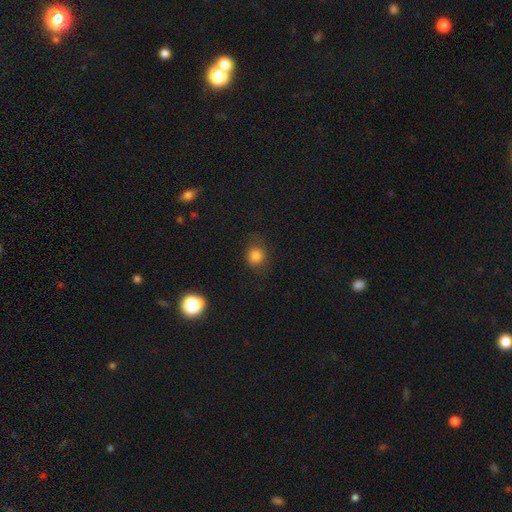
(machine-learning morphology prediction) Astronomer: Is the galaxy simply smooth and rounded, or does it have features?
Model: smooth — 81%.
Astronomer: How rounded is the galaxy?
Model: round — 74%.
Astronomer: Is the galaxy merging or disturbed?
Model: none — 77%.